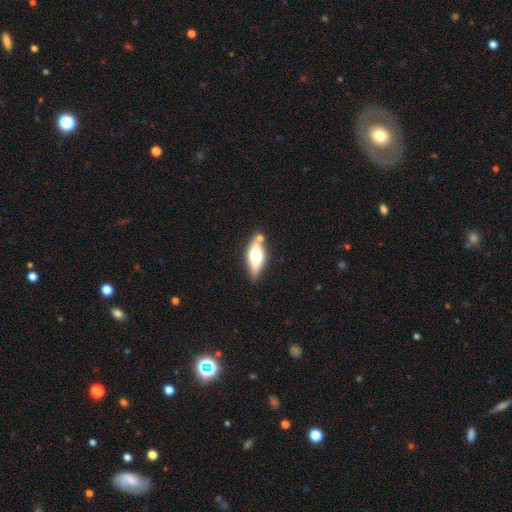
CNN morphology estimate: This is possibly a smooth galaxy (49%). Merging: likely none (70%).